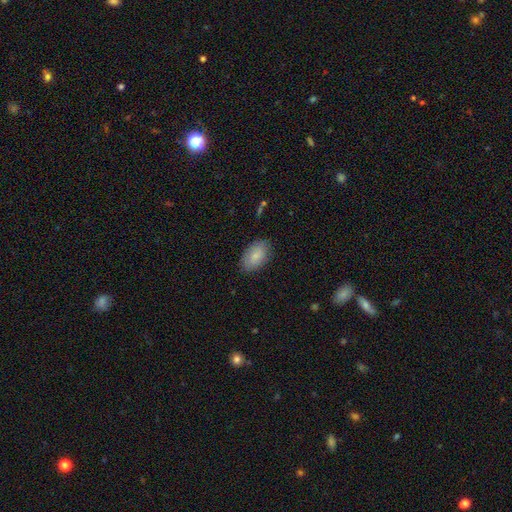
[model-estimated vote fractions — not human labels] Smooth or featured?
  - smooth: 84% *
  - featured or disk: 10%
  - star or artifact: 6%
How rounded?
  - in between: 92% *
  - round: 7%
  - cigar-shaped: 1%
Merging?
  - none: 84% *
  - minor disturbance: 13%
  - major disturbance: 3%
  - merger: 1%